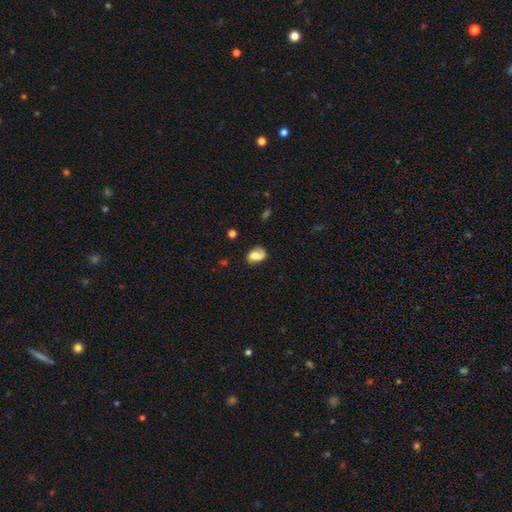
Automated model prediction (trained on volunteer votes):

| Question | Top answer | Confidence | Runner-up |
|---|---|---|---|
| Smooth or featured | smooth | 57% | featured or disk (34%) |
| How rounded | in between | 73% | round (26%) |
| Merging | none | 53% | minor disturbance (26%) |